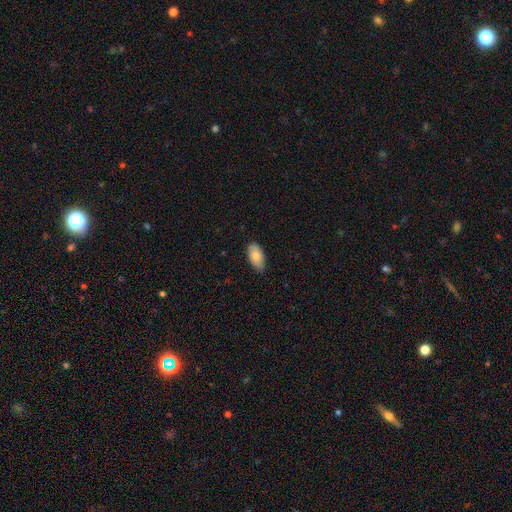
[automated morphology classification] This is likely a smooth galaxy (80%). How rounded: clearly in between (94%). Merging: clearly none (82%).